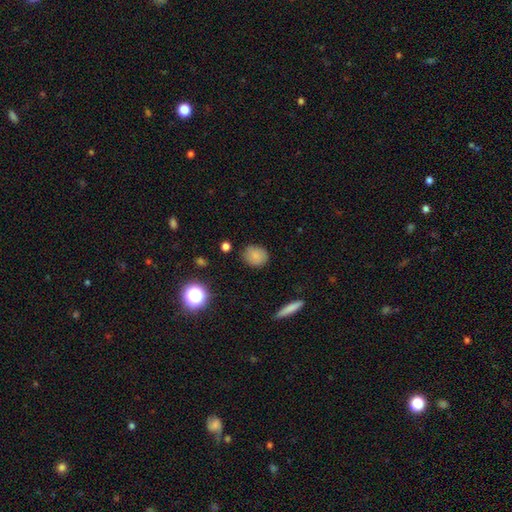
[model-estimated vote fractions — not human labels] Overall: smooth (82%). How rounded: round (66%; in between 33%). Merging: none (84%).